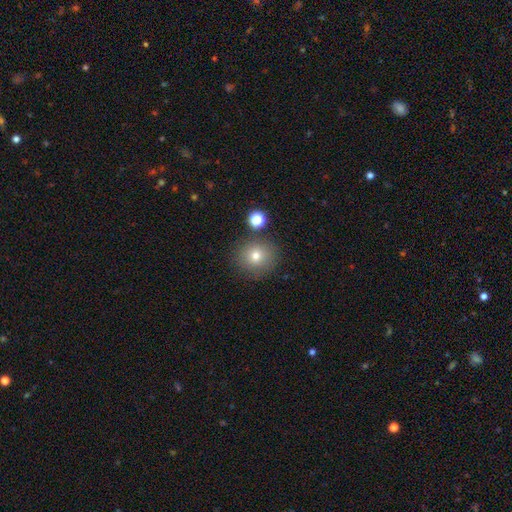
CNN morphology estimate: type=smooth (75%); roundness=round (88%); merging=none (80%).